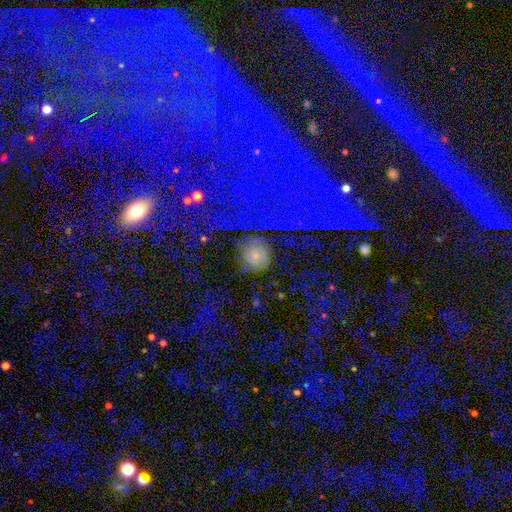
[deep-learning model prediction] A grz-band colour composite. It shows a smooth galaxy with no disk features (51%) that is round (86%). Merging: none (63%).